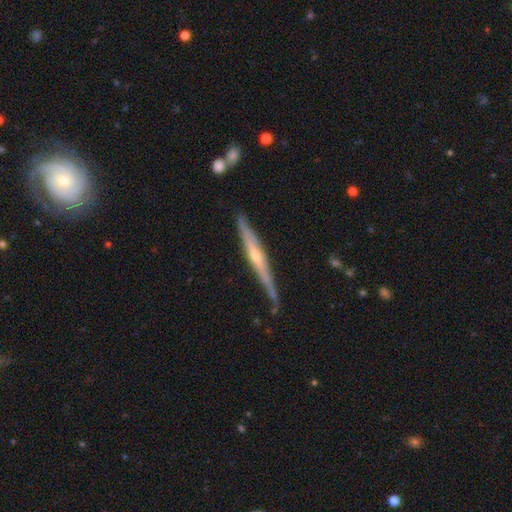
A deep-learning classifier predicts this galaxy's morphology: The model was most divided on "smooth or featured": featured or disk: 77%, smooth: 17%, star or artifact: 6%. More confident: edge-on disk — yes (97%); merging — none (80%); edge-on bulge — rounded (79%).